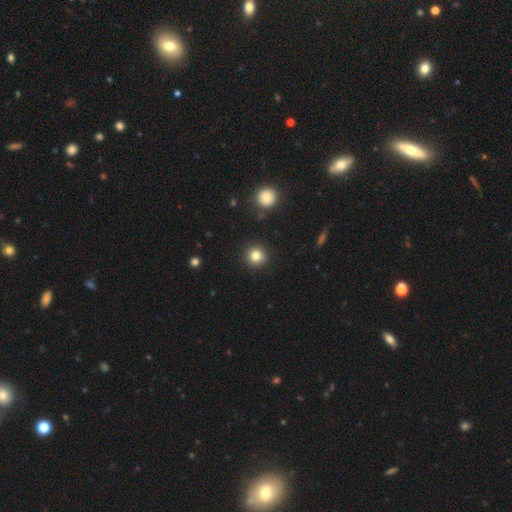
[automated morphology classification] type=smooth (82%); roundness=round (94%); merging=none (91%).